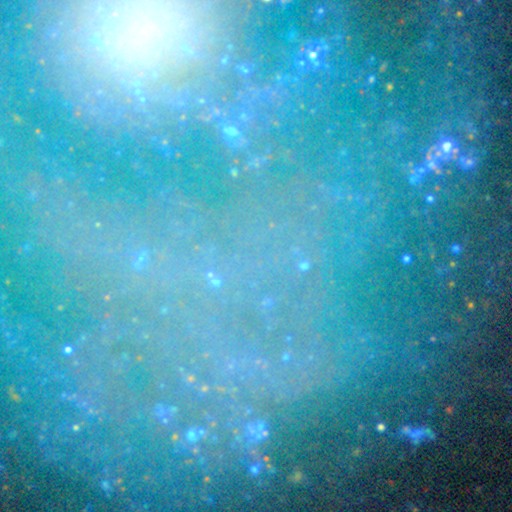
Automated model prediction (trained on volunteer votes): smooth-or-featured: star or artifact: 62% | featured or disk: 25% | smooth: 13%